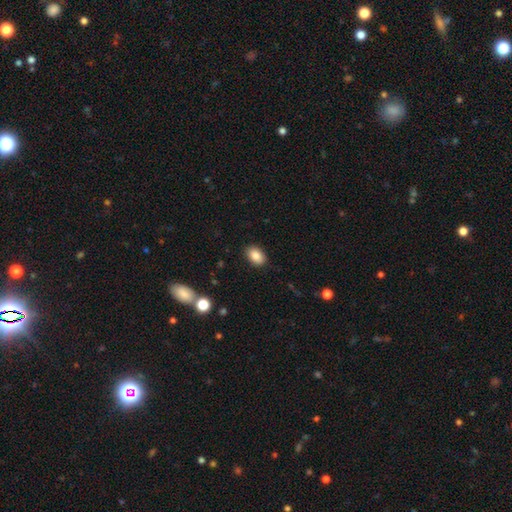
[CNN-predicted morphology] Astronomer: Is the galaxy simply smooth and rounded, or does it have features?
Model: smooth — 86%.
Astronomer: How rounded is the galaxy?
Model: in between — 82%.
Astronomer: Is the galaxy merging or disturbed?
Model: none — 88%.